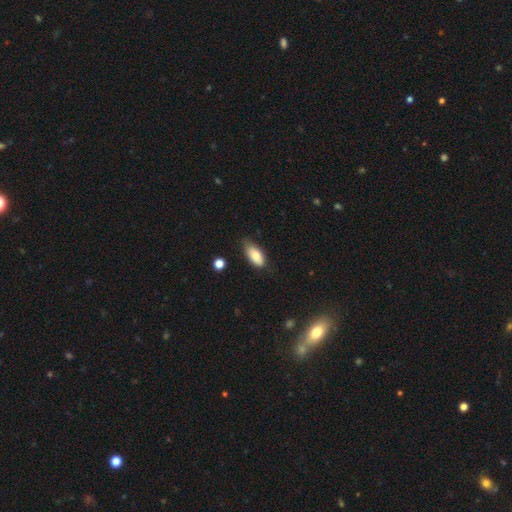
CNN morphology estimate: Q: Smooth or featured?
A: smooth (80%); runner-up: featured or disk (13%)
Q: How rounded?
A: in between (88%); runner-up: cigar-shaped (9%)
Q: Merging?
A: none (67%); runner-up: minor disturbance (27%)